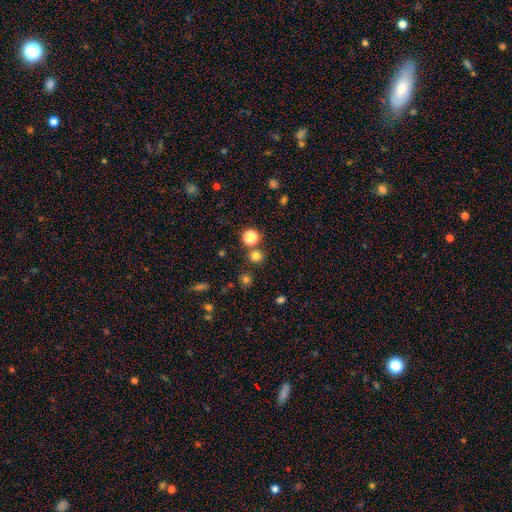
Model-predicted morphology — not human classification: smooth_or_featured: smooth (p=0.75) [alt: star or artifact p=0.19]
how_rounded: round (p=0.92) [alt: in between p=0.07]
merging: none (p=0.79) [alt: merger p=0.12]